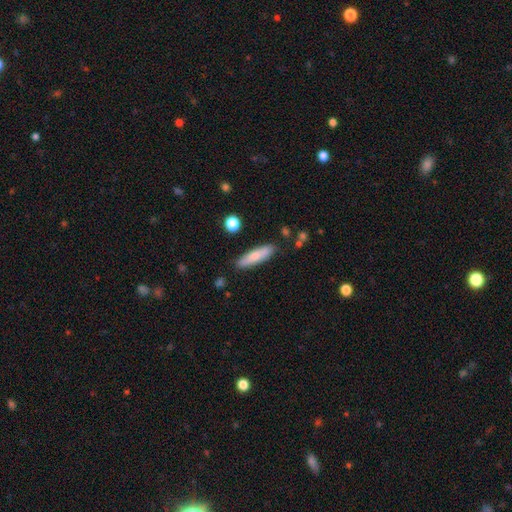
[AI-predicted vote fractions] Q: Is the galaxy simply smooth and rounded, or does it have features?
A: smooth — 72%.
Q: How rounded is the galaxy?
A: cigar-shaped — 71%.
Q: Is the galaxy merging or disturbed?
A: none — 86%.